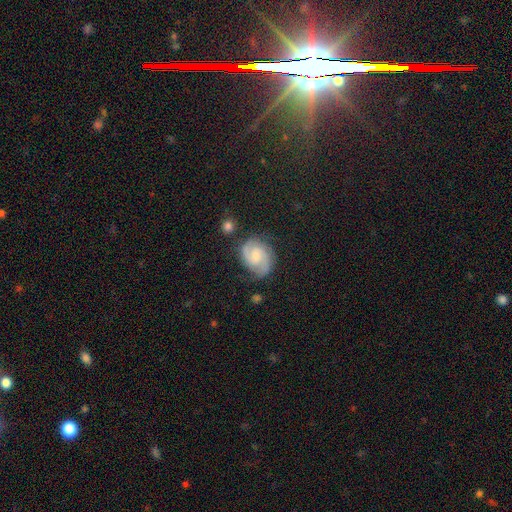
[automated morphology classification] Smooth or featured: featured or disk — 81% (smooth — 13%)
Edge-on disk: no — 98% (yes — 2%)
Bar: no — 46% (tied with weak — 46%)
Spiral arms: yes — 97% (no — 3%)
Spiral winding: medium — 49% (tight — 40%)
Spiral arm count: 2 — 88% (can't tell — 5%)
Bulge size: small — 43% (moderate — 39%)
Merging: none — 76% (minor disturbance — 17%)